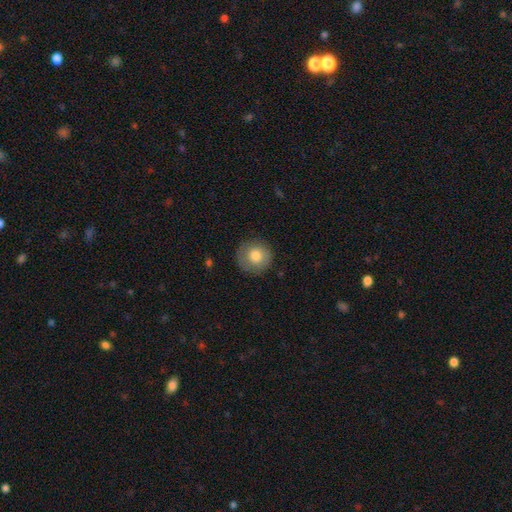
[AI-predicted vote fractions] A smooth galaxy with no disk features (79%) that is round (94%). Merging: none (84%).